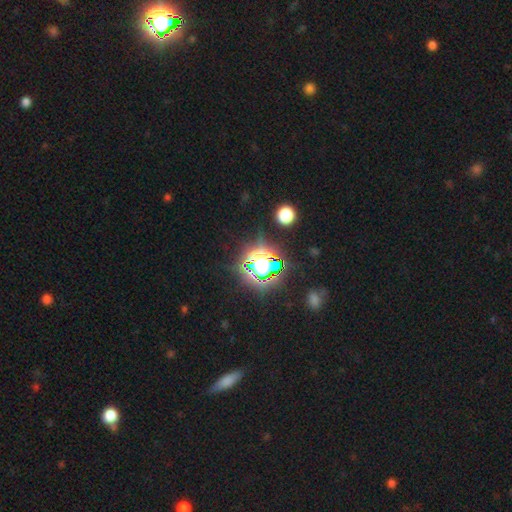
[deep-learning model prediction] This appears to be a star or artifact, not a galaxy (72%).